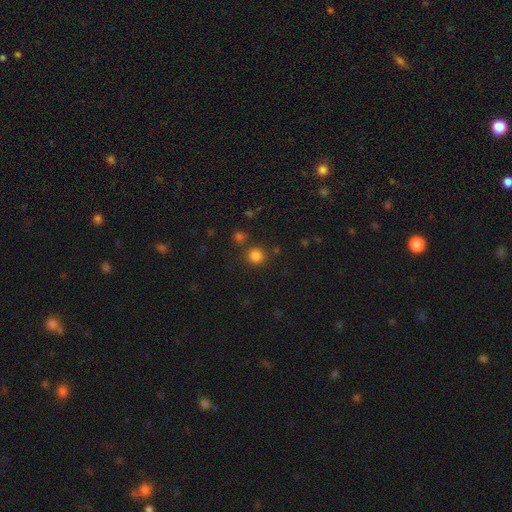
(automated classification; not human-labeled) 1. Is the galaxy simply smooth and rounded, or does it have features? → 82% smooth, 13% star or artifact, 4% featured or disk.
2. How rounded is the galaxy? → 93% round, 6% in between, 1% cigar-shaped.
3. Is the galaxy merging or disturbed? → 83% none, 8% merger, 7% minor disturbance, 3% major disturbance.